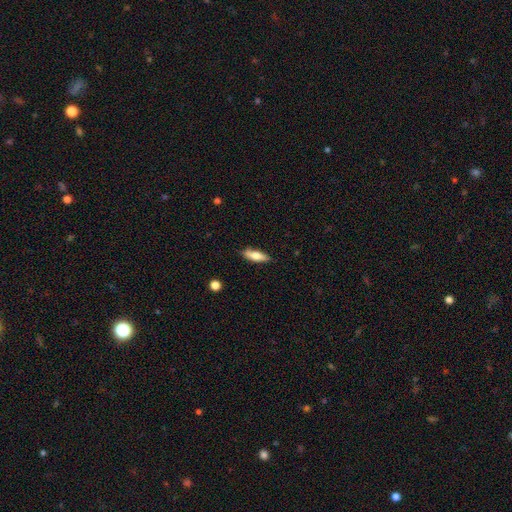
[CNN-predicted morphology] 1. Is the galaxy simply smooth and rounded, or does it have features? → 74% smooth, 20% featured or disk, 6% star or artifact.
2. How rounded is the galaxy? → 52% in between, 46% cigar-shaped, 2% round.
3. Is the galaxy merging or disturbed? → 83% none, 13% minor disturbance, 2% major disturbance, 1% merger.